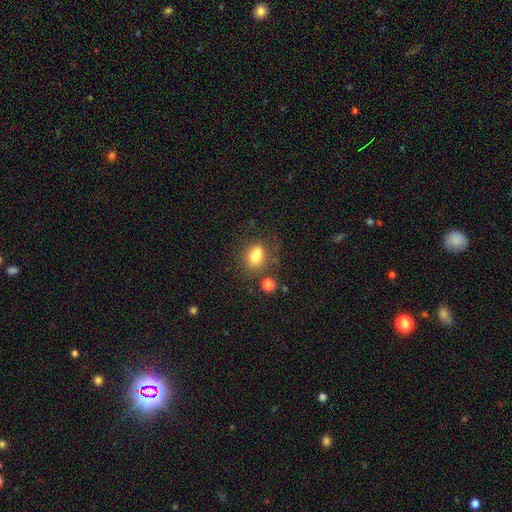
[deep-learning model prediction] A smooth galaxy with no disk features (76%) that is in between round and cigar-shaped (65%).

Vote fractions:
- Smooth or featured? smooth: 76% / featured or disk: 12% / star or artifact: 12%
- How rounded? in between: 65% / round: 33% / cigar-shaped: 2%
- Merging? none: 51% / merger: 21% / minor disturbance: 19% / major disturbance: 10%